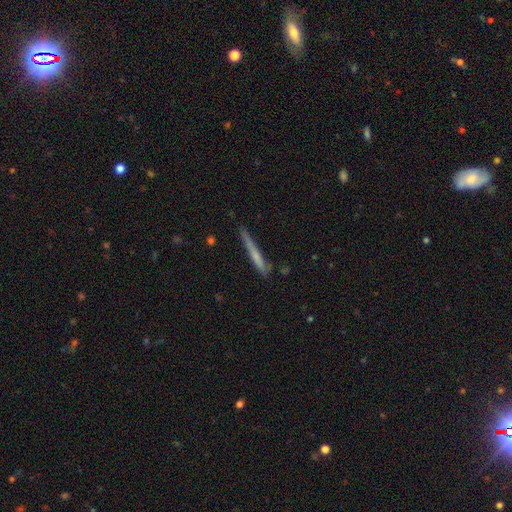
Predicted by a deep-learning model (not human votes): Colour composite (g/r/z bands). It shows a smooth galaxy with no disk features (53%) that is cigar-shaped (96%). Merging: none (75%).